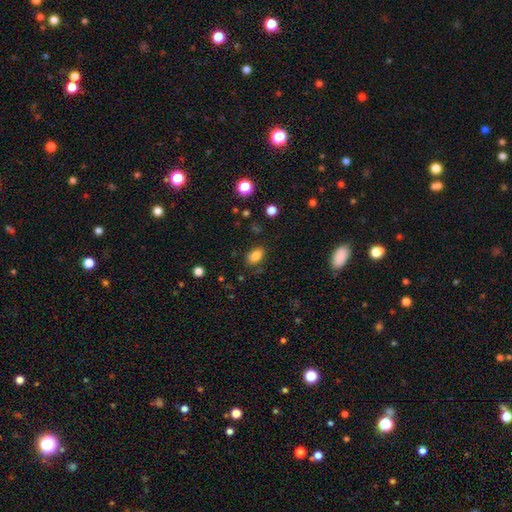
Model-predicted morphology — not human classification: A smooth galaxy with no disk features (83%) that is in between round and cigar-shaped (85%). Merging: none (79%).